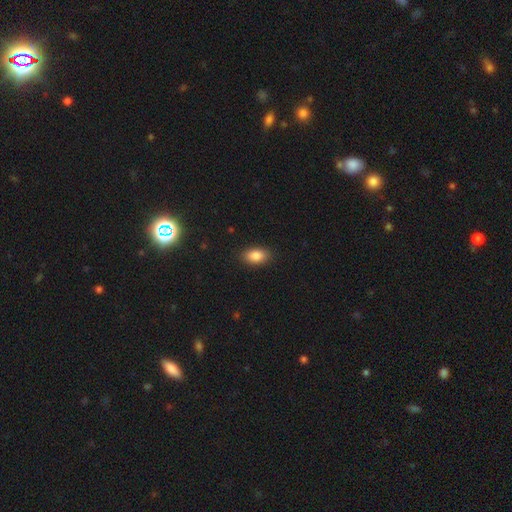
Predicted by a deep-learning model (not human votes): Smooth or featured: smooth — 85% (star or artifact — 9%)
How rounded: in between — 89% (round — 9%)
Merging: none — 88% (minor disturbance — 9%)